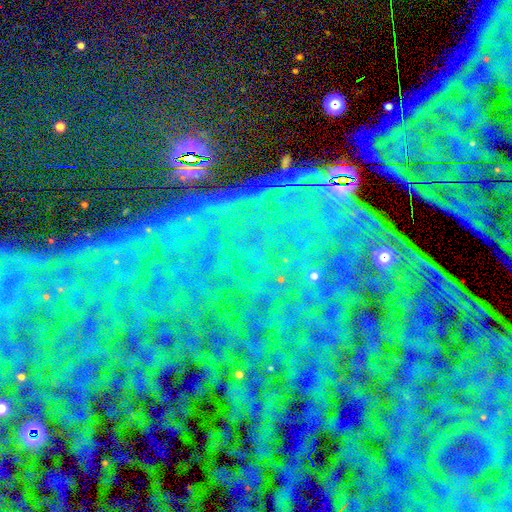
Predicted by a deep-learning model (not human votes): Smooth or featured? star or artifact (85%)